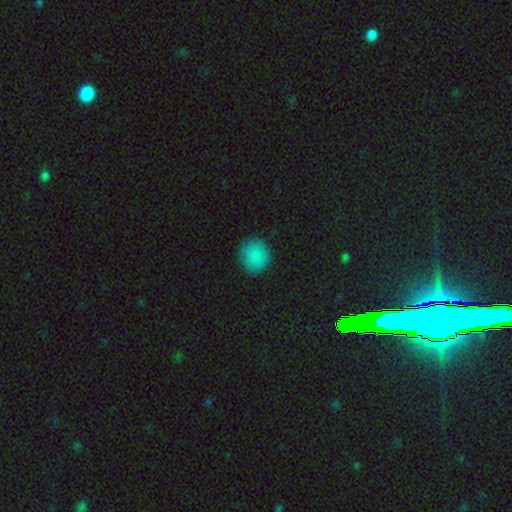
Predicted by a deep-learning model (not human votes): Smooth or featured? smooth (85%)
How rounded? round (87%)
Merging? none (87%)